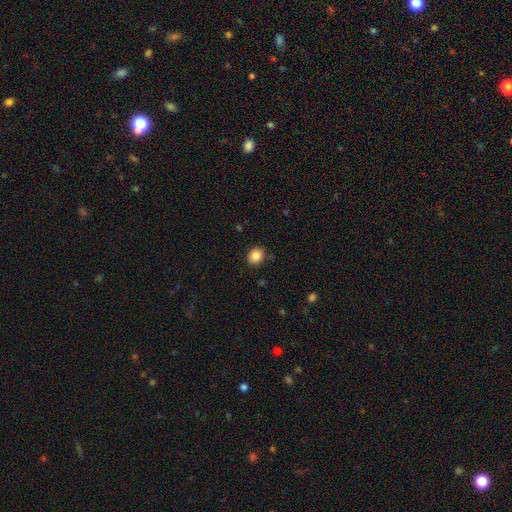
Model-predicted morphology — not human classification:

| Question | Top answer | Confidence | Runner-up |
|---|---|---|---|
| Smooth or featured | smooth | 86% | star or artifact (9%) |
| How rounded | round | 69% | in between (30%) |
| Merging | none | 86% | minor disturbance (10%) |